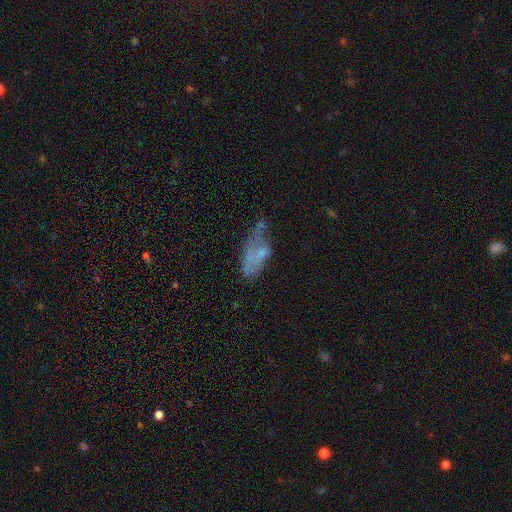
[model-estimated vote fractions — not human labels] The model was most divided on "smooth or featured" (2-way tie): featured or disk: 43%, smooth: 43%, star or artifact: 14%. Remaining: merging — major disturbance (33%).